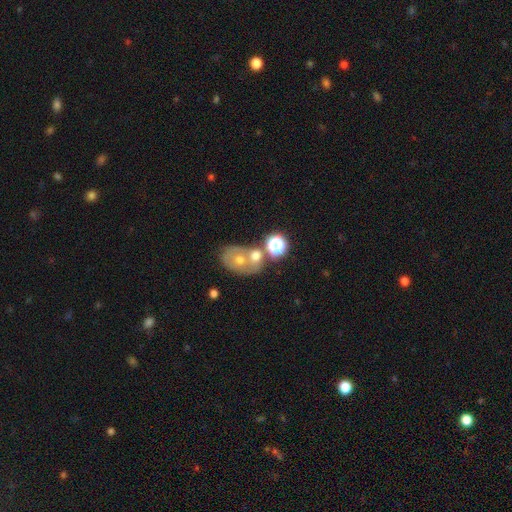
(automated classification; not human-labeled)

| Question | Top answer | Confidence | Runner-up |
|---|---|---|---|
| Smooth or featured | smooth | 52% | featured or disk (32%) |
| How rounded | in between | 55% | round (43%) |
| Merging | merger | 49% | none (35%) |